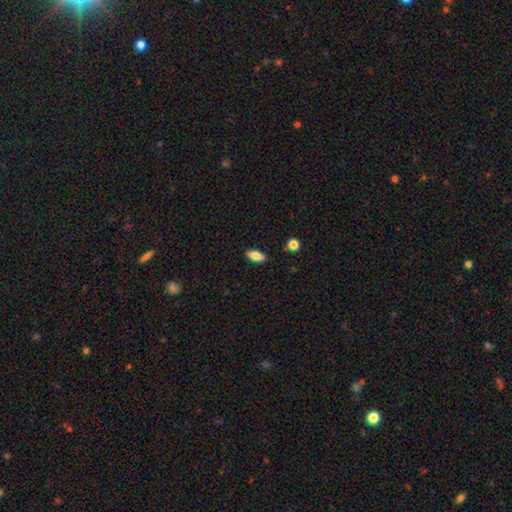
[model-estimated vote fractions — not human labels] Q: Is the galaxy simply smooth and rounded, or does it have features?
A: smooth — 80%.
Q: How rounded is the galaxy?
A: in between — 84%.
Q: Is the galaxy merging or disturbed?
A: none — 86%.